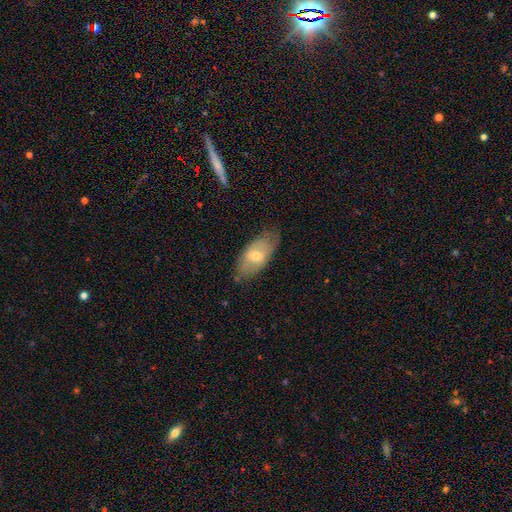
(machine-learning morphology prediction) smooth 55%, featured or disk 38%, star or artifact 7%. Down the decision tree: how rounded — in between (89%); merging — none (70%).